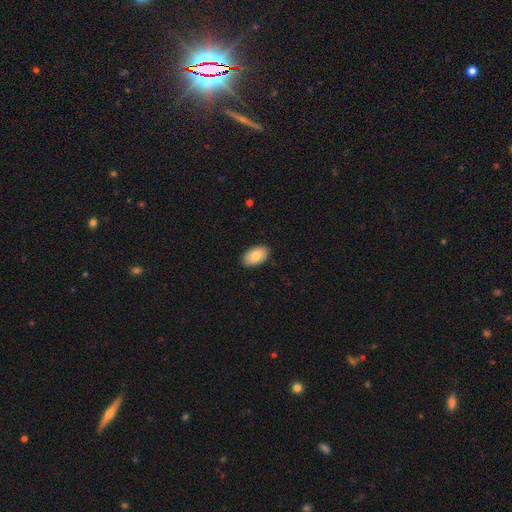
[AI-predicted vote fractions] Smooth or featured?
  - smooth: 84% *
  - featured or disk: 11%
  - star or artifact: 6%
How rounded?
  - in between: 95% *
  - round: 4%
  - cigar-shaped: 1%
Merging?
  - none: 89% *
  - minor disturbance: 9%
  - major disturbance: 2%
  - merger: 1%